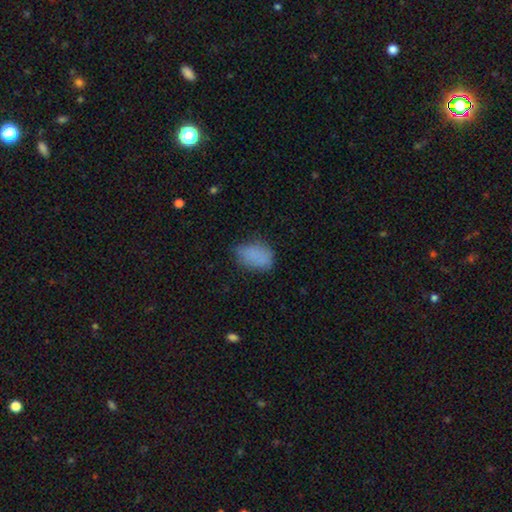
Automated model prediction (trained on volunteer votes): A smooth galaxy with no disk features (84%) that is in between round and cigar-shaped (85%).

Vote fractions:
- Smooth or featured? smooth: 84% / star or artifact: 10% / featured or disk: 7%
- How rounded? in between: 85% / round: 13% / cigar-shaped: 2%
- Merging? none: 62% / minor disturbance: 28% / major disturbance: 8% / merger: 2%